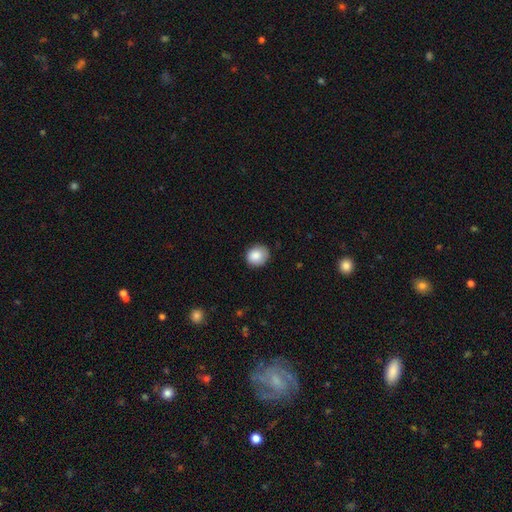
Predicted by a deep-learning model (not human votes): smooth 86%, star or artifact 8%, featured or disk 6%. Down the decision tree: how rounded — round (80%); merging — none (80%).